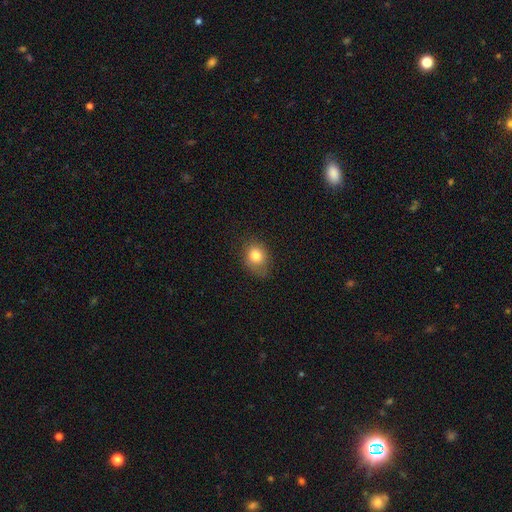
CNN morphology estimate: smooth_or_featured: smooth (p=0.79) [alt: star or artifact p=0.10]
how_rounded: round (p=0.50) [alt: in between p=0.49]
merging: none (p=0.68) [alt: minor disturbance p=0.24]